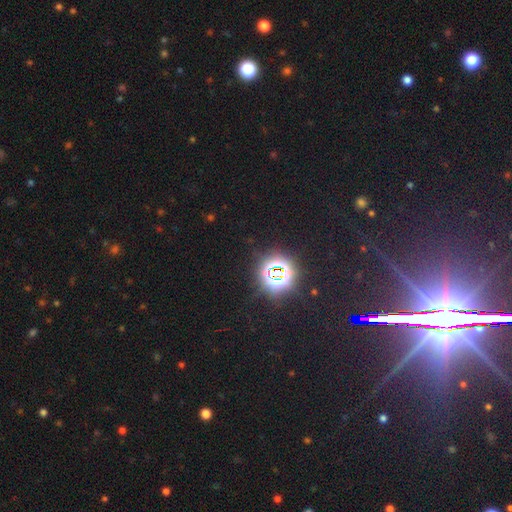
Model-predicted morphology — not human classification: Q: Smooth or featured?
A: star or artifact (80%); runner-up: featured or disk (10%)